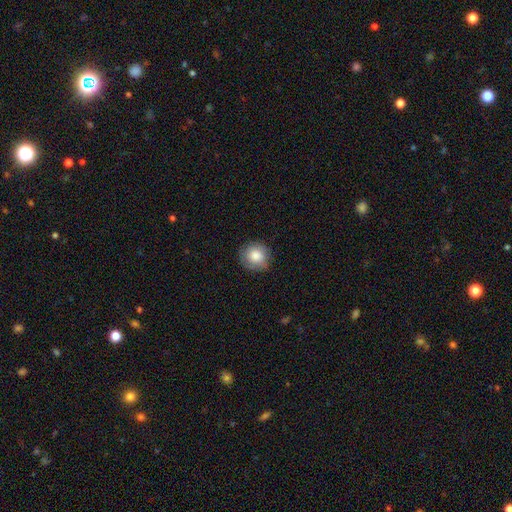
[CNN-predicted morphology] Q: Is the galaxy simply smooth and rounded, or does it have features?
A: smooth — 82%.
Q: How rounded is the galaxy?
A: round — 85%.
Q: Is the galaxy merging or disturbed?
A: none — 85%.